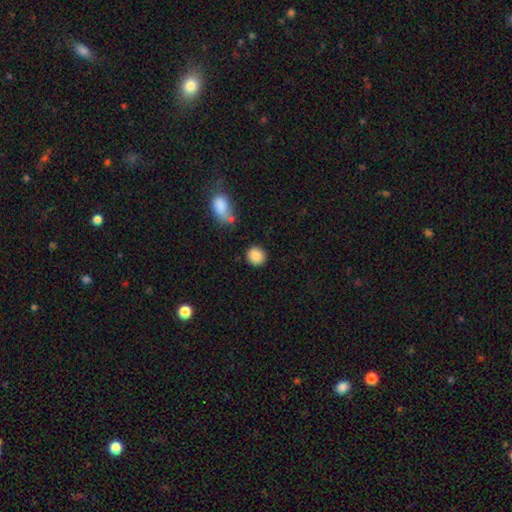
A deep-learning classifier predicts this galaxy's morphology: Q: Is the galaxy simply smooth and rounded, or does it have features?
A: smooth — 88%.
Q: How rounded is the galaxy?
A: round — 82%.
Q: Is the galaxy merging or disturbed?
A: none — 84%.